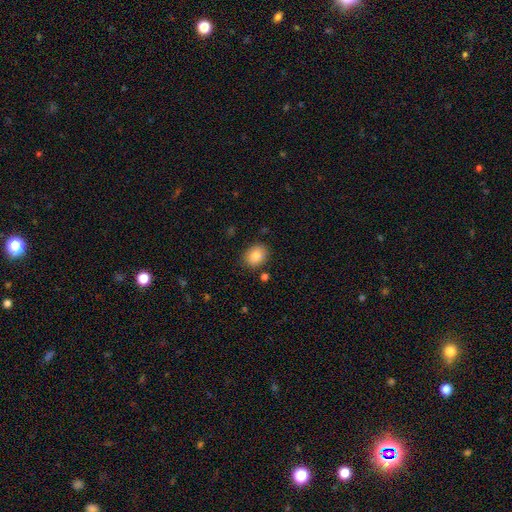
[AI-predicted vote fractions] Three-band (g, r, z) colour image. It shows a smooth galaxy with no disk features (84%) that is in between round and cigar-shaped (51%). Merging: none (84%).